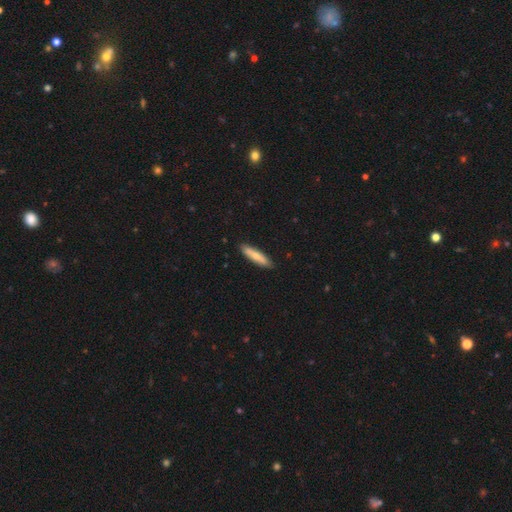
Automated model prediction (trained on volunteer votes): Overall: smooth (70%). How rounded: cigar-shaped (80%). Merging: none (88%).